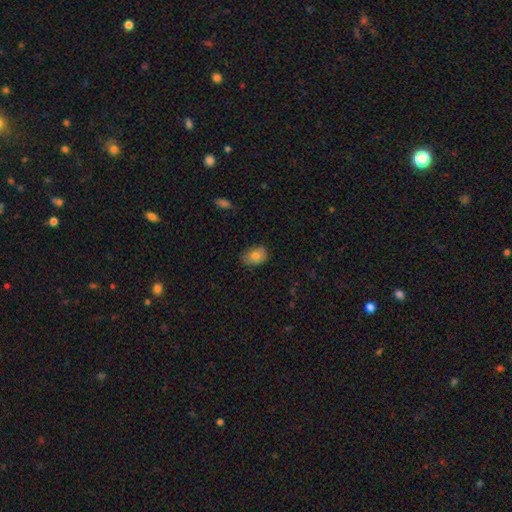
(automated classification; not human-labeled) smooth-or-featured: smooth: 79% | featured or disk: 13% | star or artifact: 8%
  how-rounded: in between: 81% | round: 18% | cigar-shaped: 1%
  merging: none: 77% | minor disturbance: 19% | major disturbance: 3% | merger: 1%